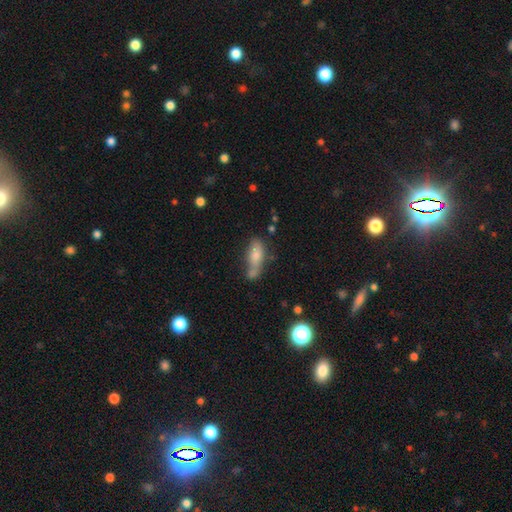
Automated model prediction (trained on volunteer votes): Smooth or featured?
  - smooth: 73% *
  - featured or disk: 18%
  - star or artifact: 9%
How rounded?
  - in between: 67% *
  - cigar-shaped: 29%
  - round: 4%
Merging?
  - none: 41% *
  - merger: 29%
  - minor disturbance: 20%
  - major disturbance: 10%